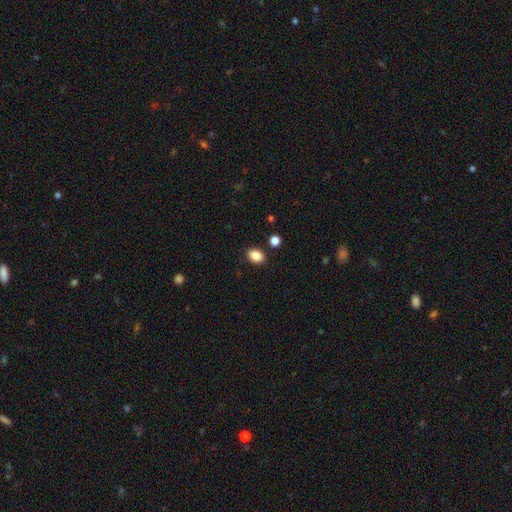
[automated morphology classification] Overall: smooth (87%). How rounded: in between (73%). Merging: none (86%).